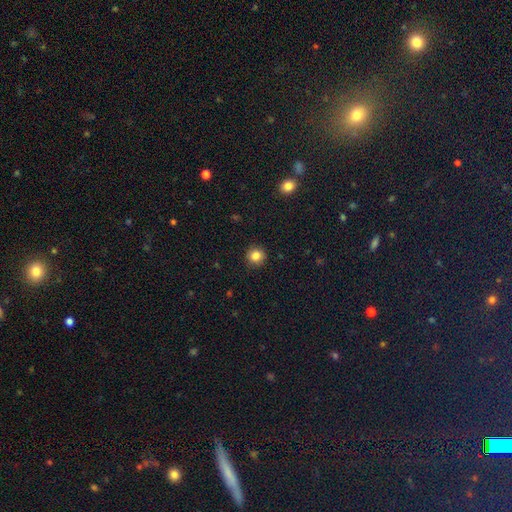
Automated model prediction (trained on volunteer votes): Smooth or featured?
  - smooth: 84% *
  - star or artifact: 11%
  - featured or disk: 6%
How rounded?
  - round: 91% *
  - in between: 8%
  - cigar-shaped: 1%
Merging?
  - none: 90% *
  - minor disturbance: 7%
  - major disturbance: 2%
  - merger: 1%